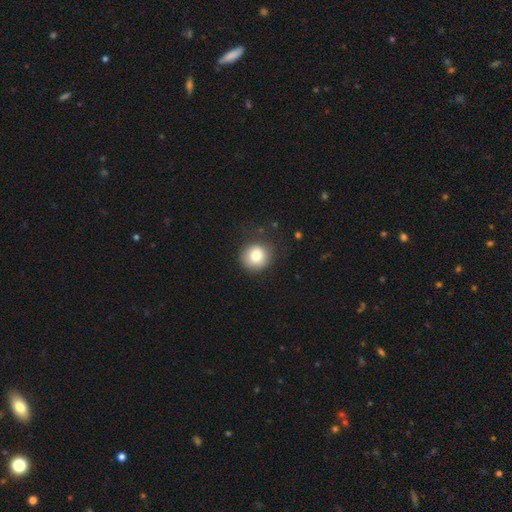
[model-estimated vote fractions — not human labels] This is clearly a smooth galaxy (81%). How rounded: clearly round (92%). Merging: clearly none (82%).